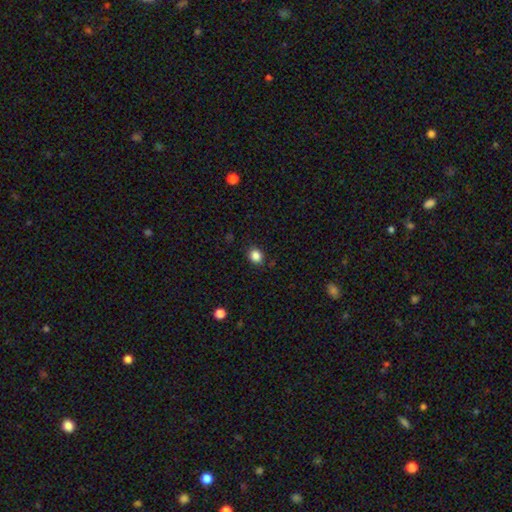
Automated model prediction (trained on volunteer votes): Morphology: type=smooth (86%); roundness=round (61%); merging=none (86%).